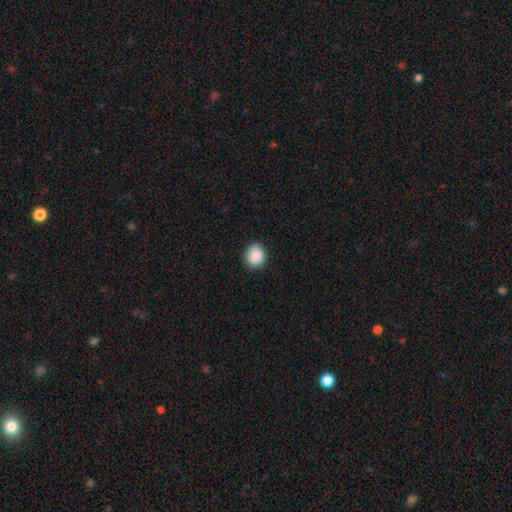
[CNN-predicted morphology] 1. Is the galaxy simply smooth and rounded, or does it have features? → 89% smooth, 8% star or artifact, 4% featured or disk.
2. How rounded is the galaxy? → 70% round, 29% in between, 1% cigar-shaped.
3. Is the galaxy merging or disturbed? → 87% none, 10% minor disturbance, 2% major disturbance, 1% merger.